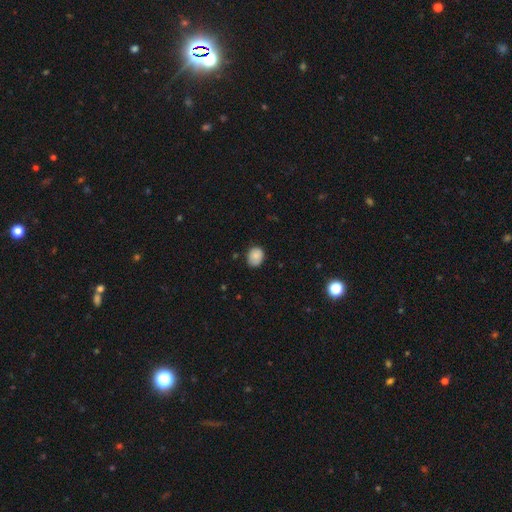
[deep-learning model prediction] This appears to be a smooth galaxy with no disk features (82%) that is round (55%). Merging: none (73%).